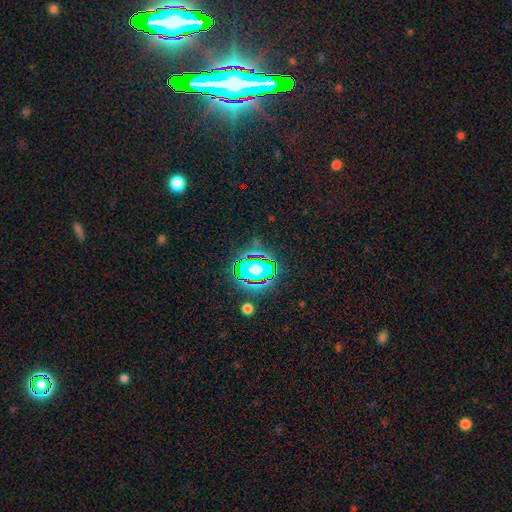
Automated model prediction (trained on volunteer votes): Q: Smooth or featured?
A: star or artifact (81%); runner-up: smooth (10%)